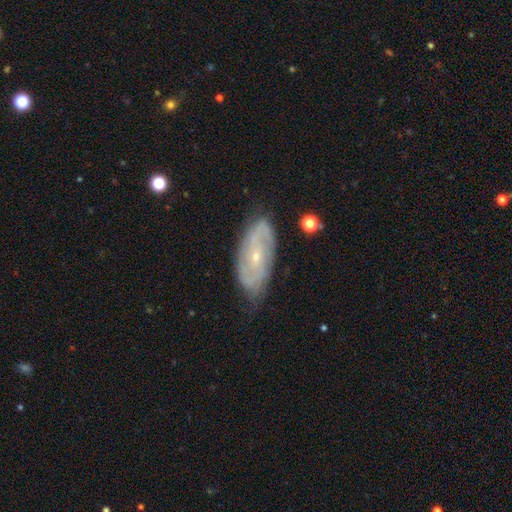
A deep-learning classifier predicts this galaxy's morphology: smooth_or_featured: featured or disk (p=0.78) [alt: smooth p=0.16]
disk_edge_on: no (p=0.92) [alt: yes p=0.08]
bar: no (p=0.62) [alt: weak p=0.30]
has_spiral_arms: yes (p=0.89) [alt: no p=0.11]
spiral_winding: tight (p=0.47) [alt: medium p=0.38]
spiral_arm_count: 2 (p=0.60) [alt: can't tell p=0.25]
bulge_size: small (p=0.76) [alt: moderate p=0.20]
merging: none (p=0.73) [alt: minor disturbance p=0.20]